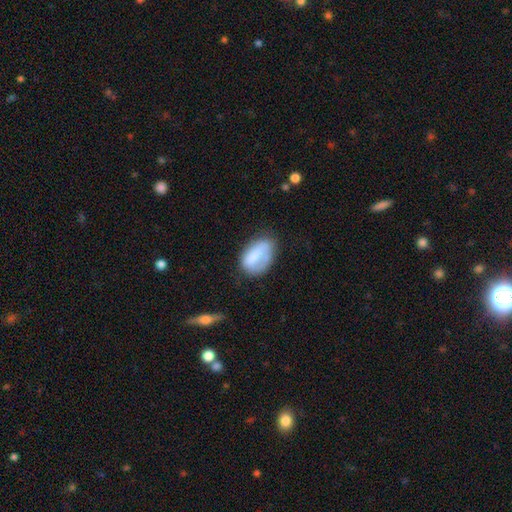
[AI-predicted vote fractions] This appears to be a smooth galaxy with no disk features (68%) that is in between round and cigar-shaped (88%). Merging: none (51%).